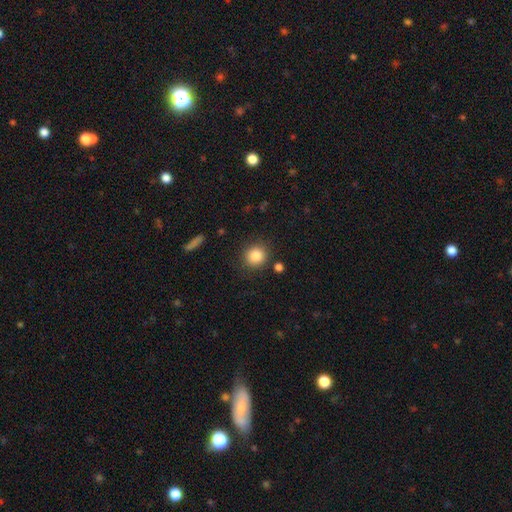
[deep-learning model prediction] smooth-or-featured: smooth: 85% | star or artifact: 10% | featured or disk: 6%
  how-rounded: round: 89% | in between: 10% | cigar-shaped: 1%
  merging: none: 86% | minor disturbance: 8% | merger: 3% | major disturbance: 3%